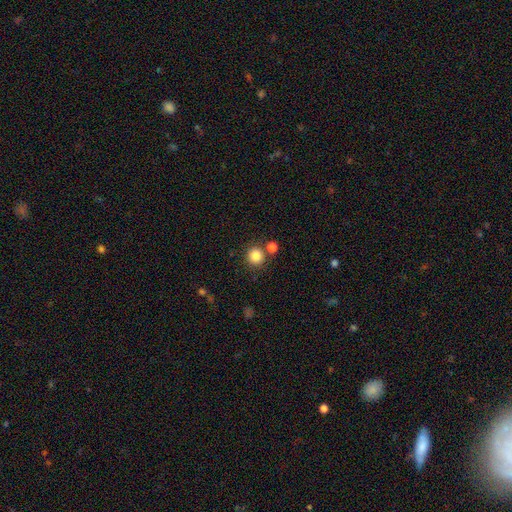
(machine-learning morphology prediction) The model was most divided on "merging": none: 80%, merger: 10%, minor disturbance: 7%, major disturbance: 3%. More confident: how rounded — round (93%); smooth or featured — smooth (84%).